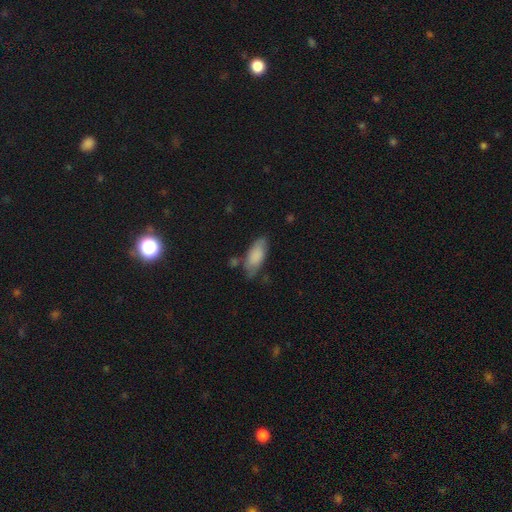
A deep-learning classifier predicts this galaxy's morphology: Overall: smooth (80%). How rounded: in between (84%). Merging: none (58%; minor disturbance 28%).